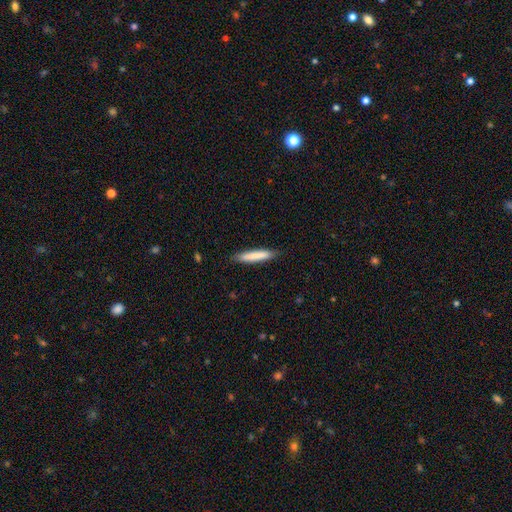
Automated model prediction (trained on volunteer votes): smooth-or-featured: smooth: 81% | featured or disk: 13% | star or artifact: 6%
  how-rounded: cigar-shaped: 91% | in between: 8% | round: 1%
  merging: none: 87% | minor disturbance: 10% | major disturbance: 2% | merger: 1%